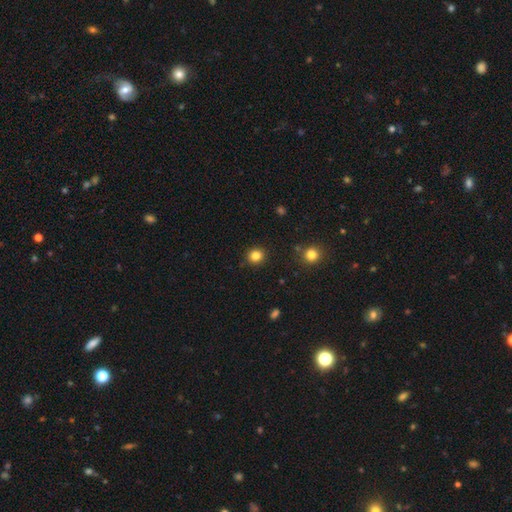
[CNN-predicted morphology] A smooth galaxy with no disk features (83%) that is round (89%).

Vote fractions:
- Smooth or featured? smooth: 83% / star or artifact: 12% / featured or disk: 4%
- How rounded? round: 89% / in between: 11% / cigar-shaped: 1%
- Merging? none: 90% / minor disturbance: 6% / major disturbance: 2% / merger: 2%